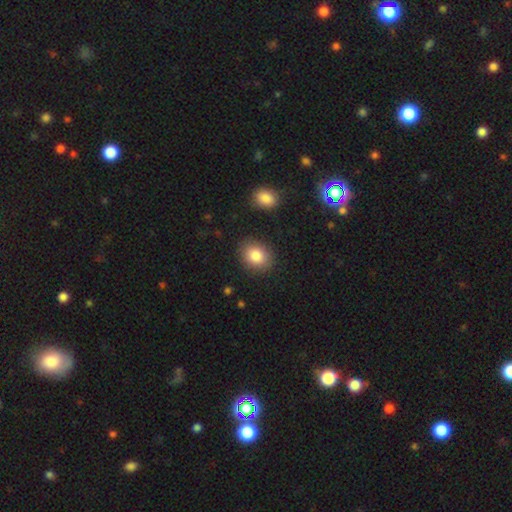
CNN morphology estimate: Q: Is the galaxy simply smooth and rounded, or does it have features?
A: smooth — 85%.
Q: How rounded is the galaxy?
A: round — 55%.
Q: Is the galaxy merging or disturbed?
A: none — 86%.